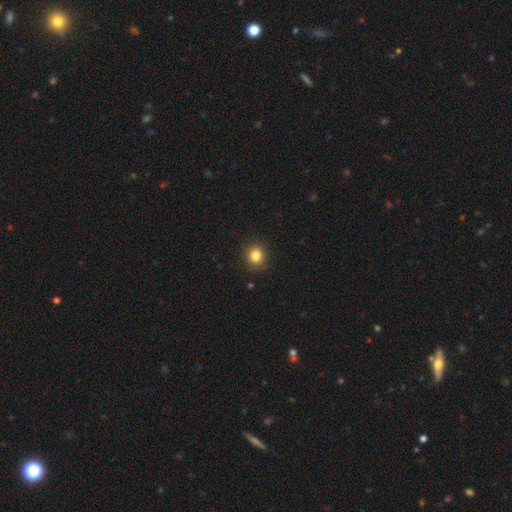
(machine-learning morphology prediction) Smooth or featured: smooth — 84% (star or artifact — 11%)
How rounded: round — 86% (in between — 13%)
Merging: none — 90% (minor disturbance — 7%)